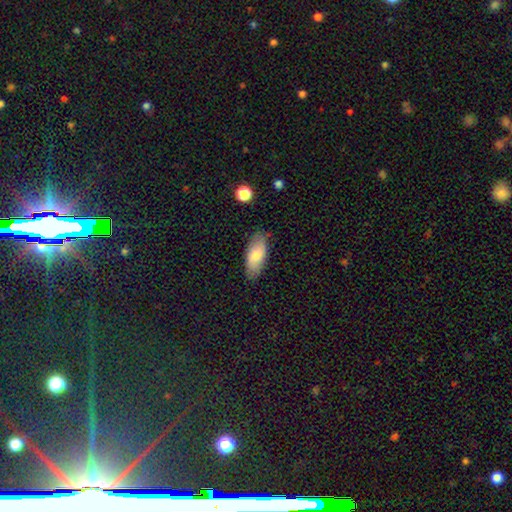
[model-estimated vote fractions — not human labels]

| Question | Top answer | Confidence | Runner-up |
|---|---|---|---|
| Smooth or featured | smooth | 78% | featured or disk (16%) |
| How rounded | in between | 83% | cigar-shaped (15%) |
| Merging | none | 81% | minor disturbance (15%) |